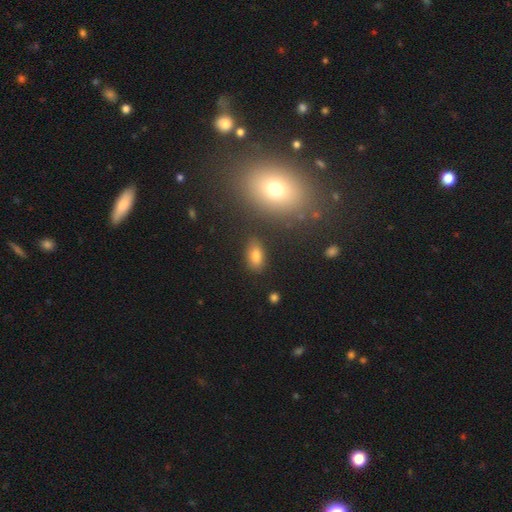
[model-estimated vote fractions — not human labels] Q: Smooth or featured?
A: smooth (81%); runner-up: star or artifact (11%)
Q: How rounded?
A: in between (90%); runner-up: round (7%)
Q: Merging?
A: none (80%); runner-up: minor disturbance (13%)